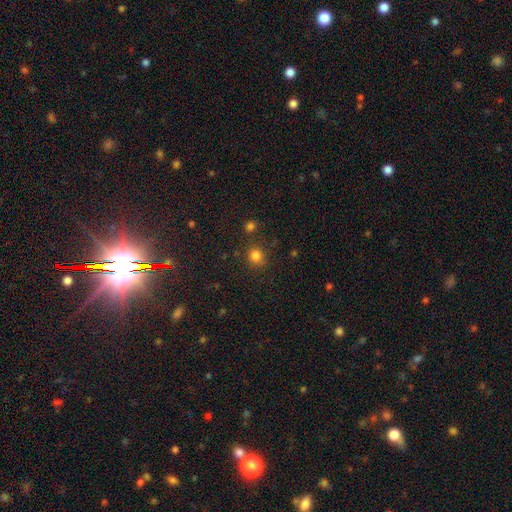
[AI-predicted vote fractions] A smooth galaxy with no disk features (81%) that is round (82%). Merging: none (79%).